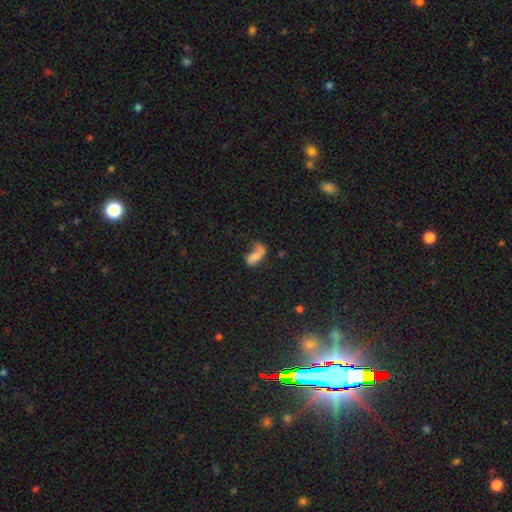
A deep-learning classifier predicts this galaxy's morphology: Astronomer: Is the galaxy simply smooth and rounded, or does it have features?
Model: smooth — 62%.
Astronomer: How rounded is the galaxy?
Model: in between — 85%.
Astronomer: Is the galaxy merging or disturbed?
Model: major disturbance — 31% (runner-up: merger, 25%).